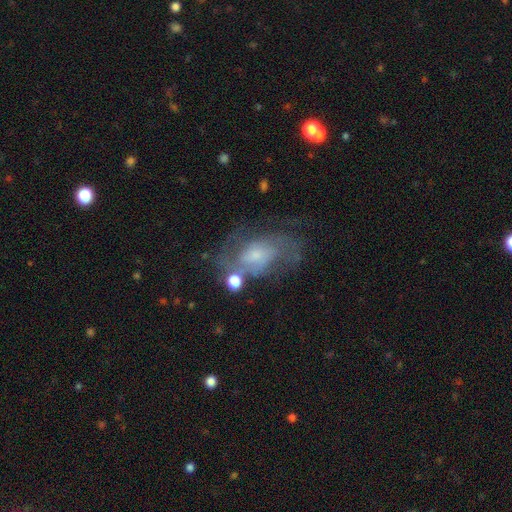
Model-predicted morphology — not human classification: Overall: featured or disk (68%). Edge-on disk: no (96%). Bar: no (64%; weak 31%). Spiral arms: yes (80%). Spiral arm count: can't tell (38%; 2 37%). Spiral winding: medium (46%; tight 31%). Bulge size: small (57%; moderate 28%). Merging: none (50%; minor disturbance 21%).